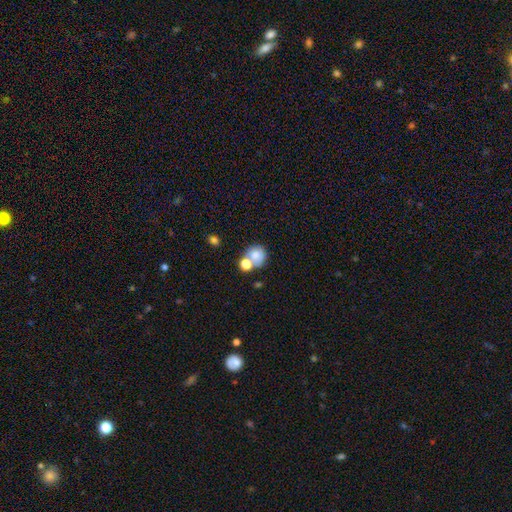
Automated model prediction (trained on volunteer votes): smooth-or-featured: smooth: 75% | featured or disk: 14% | star or artifact: 11%
  how-rounded: round: 77% | in between: 22% | cigar-shaped: 1%
  merging: none: 42% | merger: 41% | minor disturbance: 12% | major disturbance: 6%